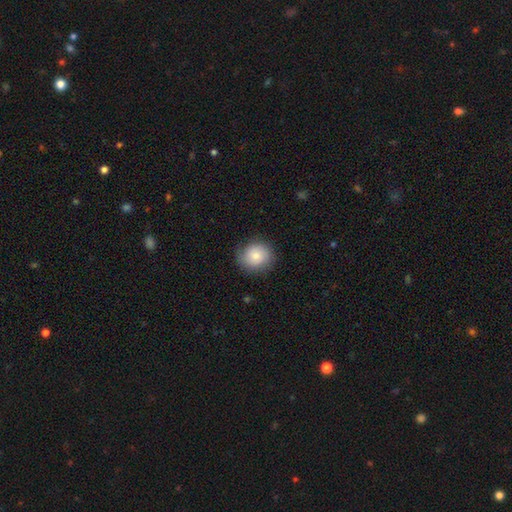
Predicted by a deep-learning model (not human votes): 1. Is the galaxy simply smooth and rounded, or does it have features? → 80% smooth, 12% featured or disk, 8% star or artifact.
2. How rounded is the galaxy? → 83% round, 16% in between, 1% cigar-shaped.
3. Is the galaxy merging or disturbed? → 81% none, 14% minor disturbance, 4% major disturbance, 1% merger.